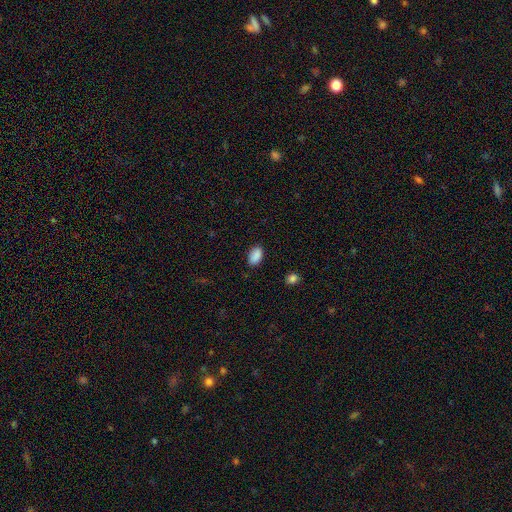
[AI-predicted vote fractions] Smooth or featured? Predicted: smooth (p=0.89). How rounded? Predicted: in between (p=0.93). Merging? Predicted: none (p=0.86).